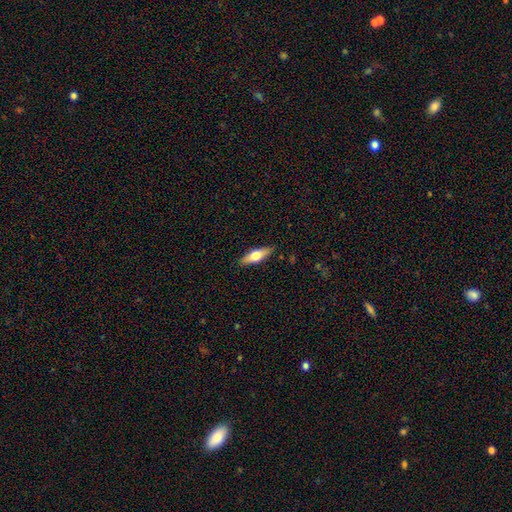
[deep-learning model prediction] The model was most divided on "how rounded": in between: 53%, cigar-shaped: 44%, round: 3%. More confident: merging — none (88%); smooth or featured — smooth (56%).